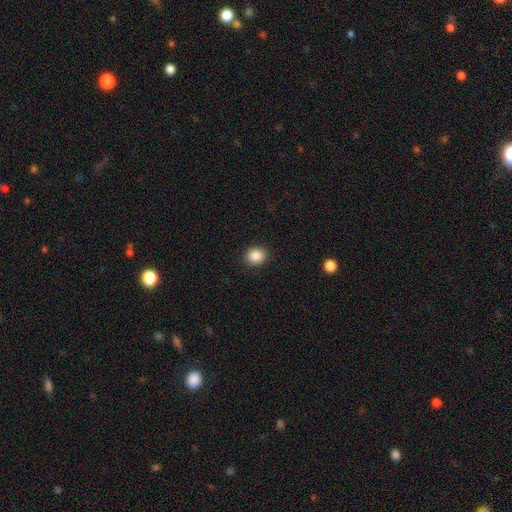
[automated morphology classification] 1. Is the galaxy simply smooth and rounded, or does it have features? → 87% smooth, 9% star or artifact, 3% featured or disk.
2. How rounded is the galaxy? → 75% round, 25% in between, 1% cigar-shaped.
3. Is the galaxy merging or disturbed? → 91% none, 6% minor disturbance, 2% major disturbance, 1% merger.